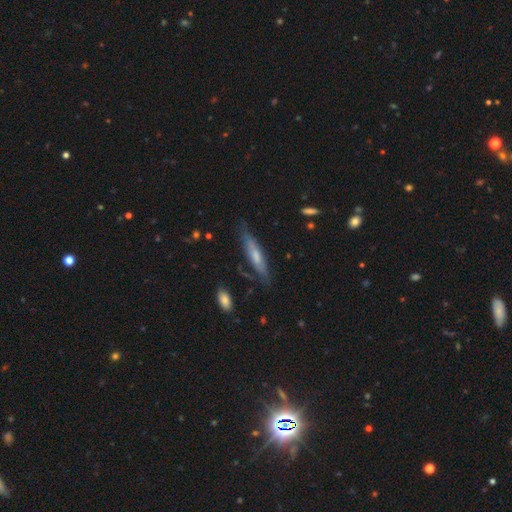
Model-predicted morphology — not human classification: type=smooth (48%); merging=none (69%).